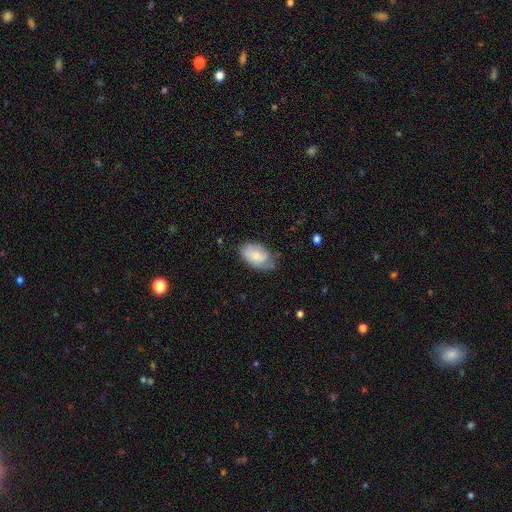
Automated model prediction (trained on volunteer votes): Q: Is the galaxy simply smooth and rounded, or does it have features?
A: smooth — 61%.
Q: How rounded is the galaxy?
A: in between — 92%.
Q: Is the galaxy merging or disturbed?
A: none — 56%.